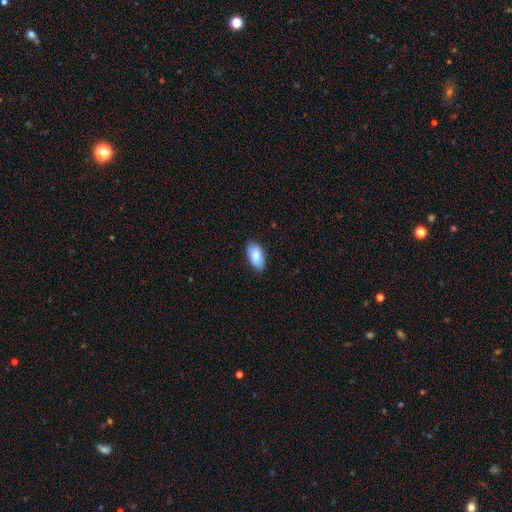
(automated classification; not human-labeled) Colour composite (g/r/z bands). It shows a smooth galaxy with no disk features (82%) that is in between round and cigar-shaped (94%). Merging: none (84%).